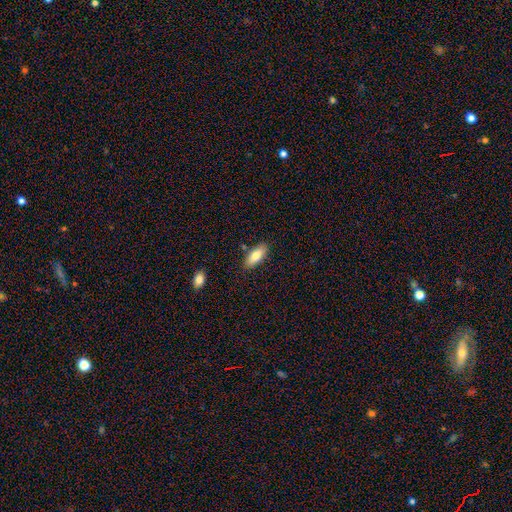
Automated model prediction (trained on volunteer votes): Smooth or featured: smooth — 80% (featured or disk — 14%)
How rounded: in between — 83% (cigar-shaped — 15%)
Merging: none — 84% (minor disturbance — 11%)